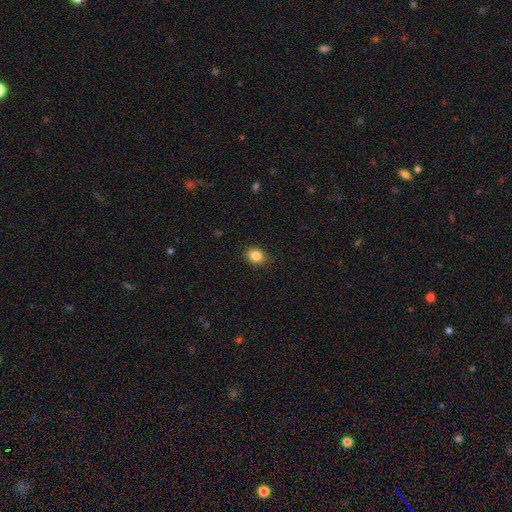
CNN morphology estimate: smooth 86%, star or artifact 9%, featured or disk 5%. Down the decision tree: how rounded — in between (57%); merging — none (87%).